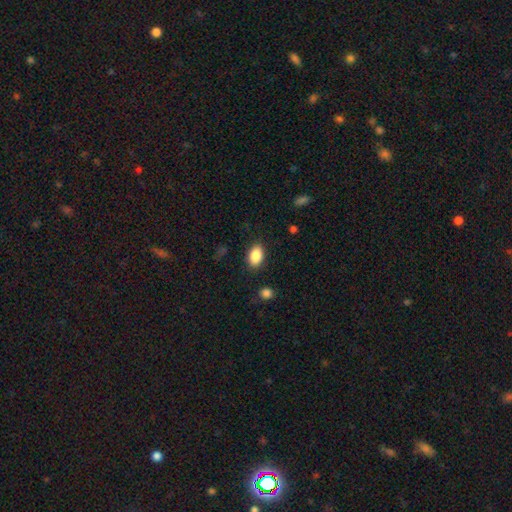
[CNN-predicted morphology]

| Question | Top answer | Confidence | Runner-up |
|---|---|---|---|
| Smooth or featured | smooth | 88% | star or artifact (8%) |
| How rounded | in between | 88% | round (10%) |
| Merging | none | 85% | minor disturbance (10%) |